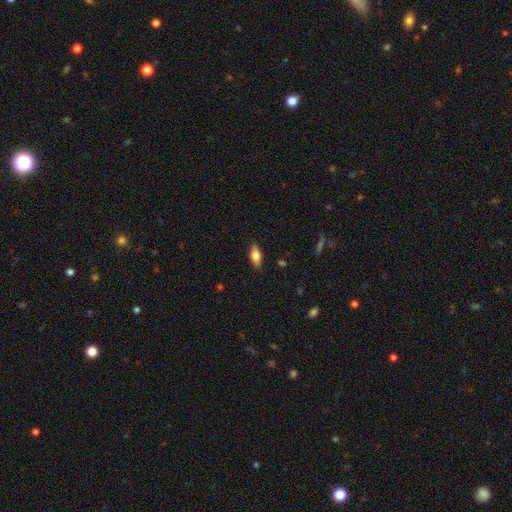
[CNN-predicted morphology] Overall: smooth (71%). How rounded: in between (79%). Merging: none (87%).